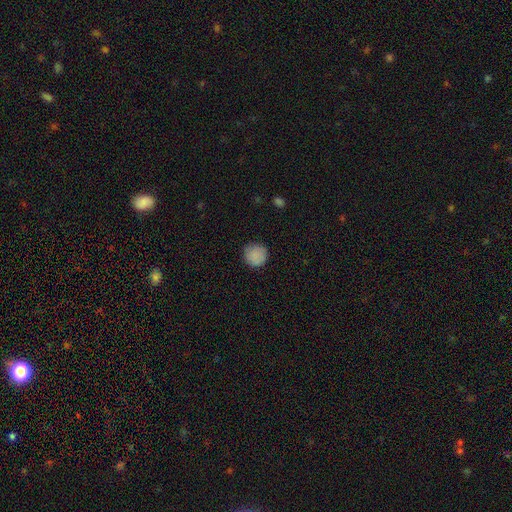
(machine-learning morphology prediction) A smooth galaxy with no disk features (87%) that is round (92%). Merging: none (84%).